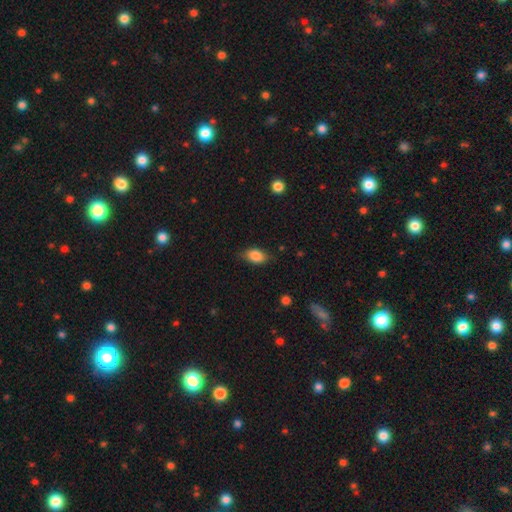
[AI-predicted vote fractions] Smooth or featured? smooth (84%)
How rounded? in between (87%)
Merging? none (73%)